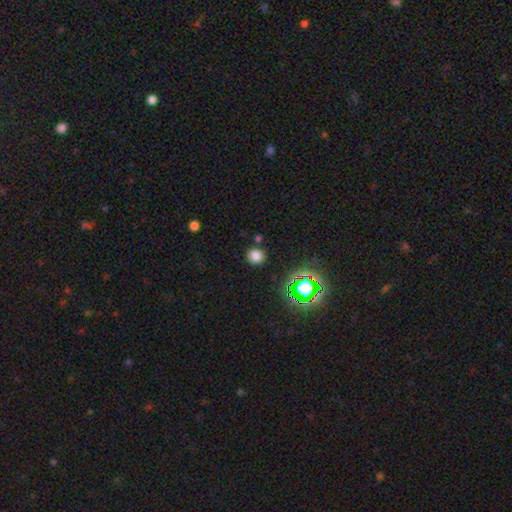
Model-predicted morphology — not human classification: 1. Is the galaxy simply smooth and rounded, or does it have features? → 74% smooth, 20% star or artifact, 6% featured or disk.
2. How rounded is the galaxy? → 87% round, 12% in between, 1% cigar-shaped.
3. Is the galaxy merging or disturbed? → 86% none, 7% minor disturbance, 4% merger, 3% major disturbance.